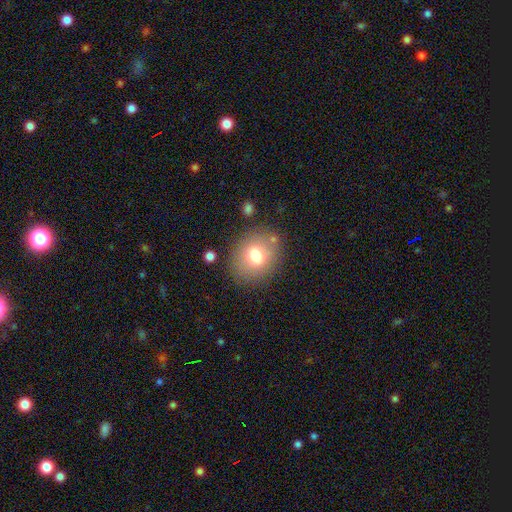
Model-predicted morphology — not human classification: smooth-or-featured: smooth: 75% | featured or disk: 14% | star or artifact: 11%
  how-rounded: round: 68% | in between: 31% | cigar-shaped: 1%
  merging: none: 80% | minor disturbance: 12% | major disturbance: 5% | merger: 4%